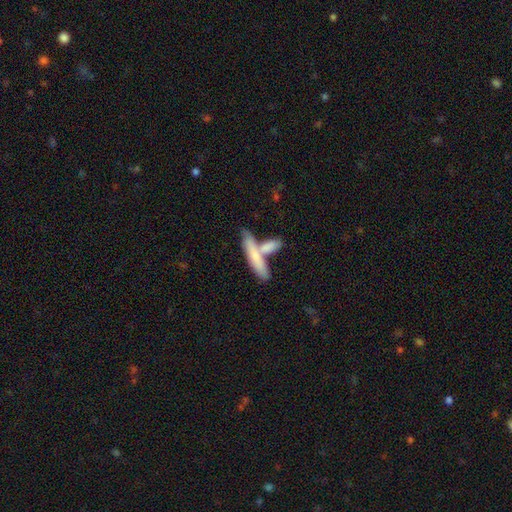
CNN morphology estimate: The model was most divided on "merging": none: 45%, merger: 39%, minor disturbance: 12%, major disturbance: 4%. More confident: how rounded — cigar-shaped (79%); smooth or featured — smooth (68%).